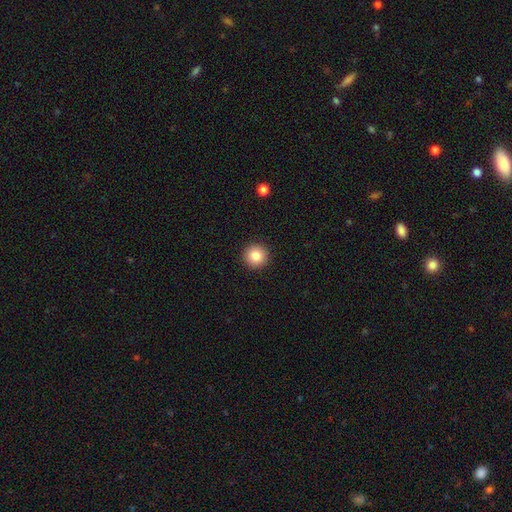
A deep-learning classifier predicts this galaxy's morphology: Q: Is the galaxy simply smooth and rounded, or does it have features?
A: smooth — 83%.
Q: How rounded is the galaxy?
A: round — 96%.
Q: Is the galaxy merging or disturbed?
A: none — 93%.